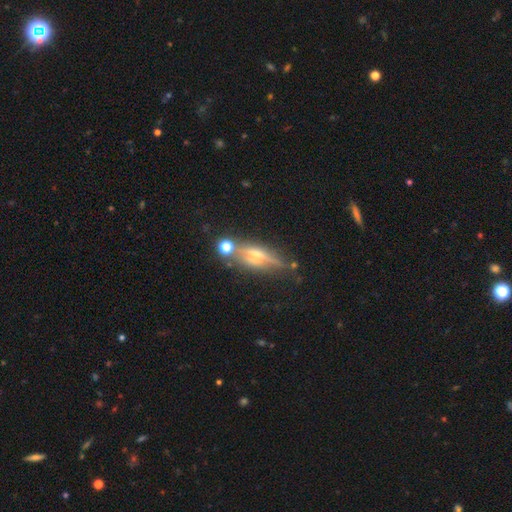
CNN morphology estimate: smooth-or-featured: featured or disk: 68% | smooth: 21% | star or artifact: 12%
  disk-edge-on: yes: 85% | no: 15%
    edge-on-bulge: rounded: 89% | boxy: 6% | none: 4%
  merging: none: 67% | minor disturbance: 17% | merger: 10% | major disturbance: 7%